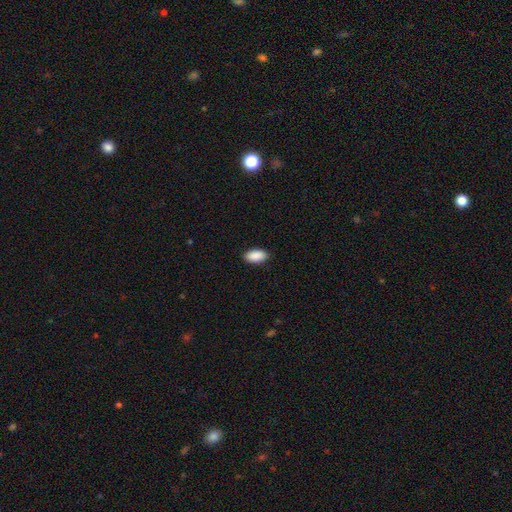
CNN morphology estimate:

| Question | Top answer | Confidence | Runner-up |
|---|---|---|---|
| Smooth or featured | smooth | 91% | star or artifact (6%) |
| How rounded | in between | 94% | cigar-shaped (4%) |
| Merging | none | 89% | minor disturbance (9%) |